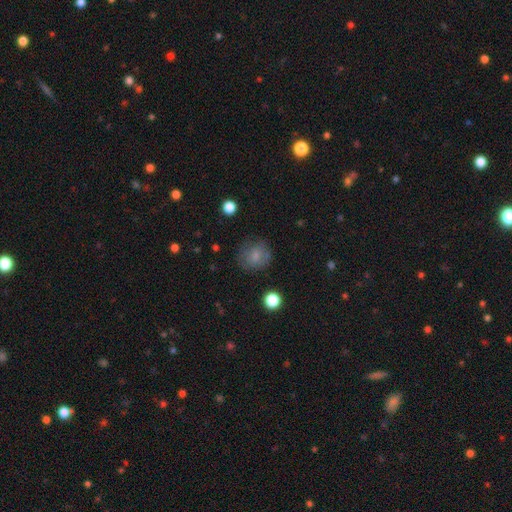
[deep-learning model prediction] Smooth or featured?
  - smooth: 78% *
  - featured or disk: 12%
  - star or artifact: 10%
How rounded?
  - round: 80% *
  - in between: 19%
  - cigar-shaped: 1%
Merging?
  - none: 76% *
  - minor disturbance: 16%
  - major disturbance: 7%
  - merger: 2%